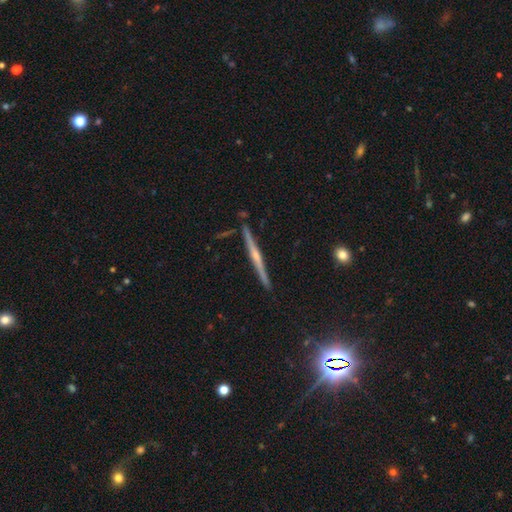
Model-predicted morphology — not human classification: This appears to be a featured or disk galaxy (78%) viewed edge-on (98%) with a rounded central bulge (72%). Merging: none (90%).